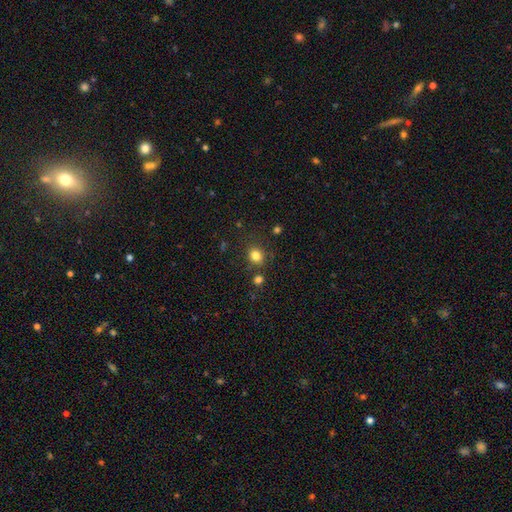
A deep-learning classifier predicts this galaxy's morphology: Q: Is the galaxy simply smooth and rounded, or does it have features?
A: smooth — 81%.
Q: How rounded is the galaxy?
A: round — 69%.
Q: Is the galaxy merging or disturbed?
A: none — 77%.